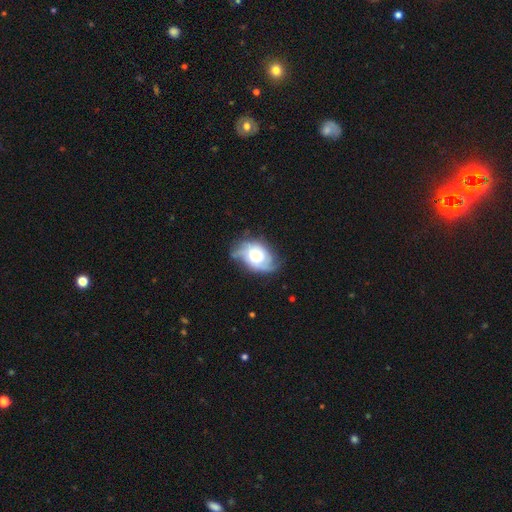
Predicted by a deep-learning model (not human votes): Morphology: type=featured or disk (59%); edge-on=no (95%); bar=no (72%); spiral arms=yes (82%); bulge=moderate (54%); merging=none (53%).